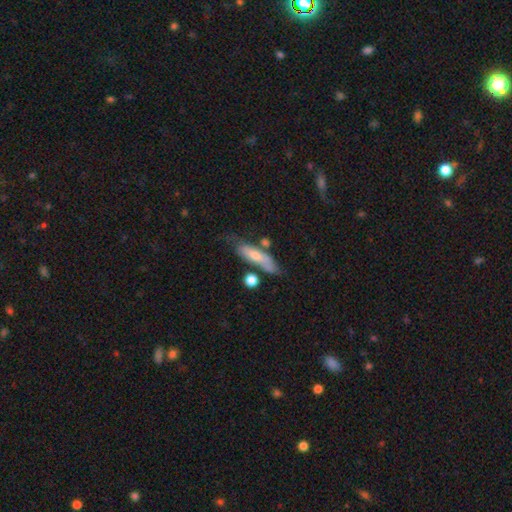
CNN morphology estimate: Smooth or featured? Predicted: smooth (p=0.59). How rounded? Predicted: cigar-shaped (p=0.57). Merging? Predicted: none (p=0.49).